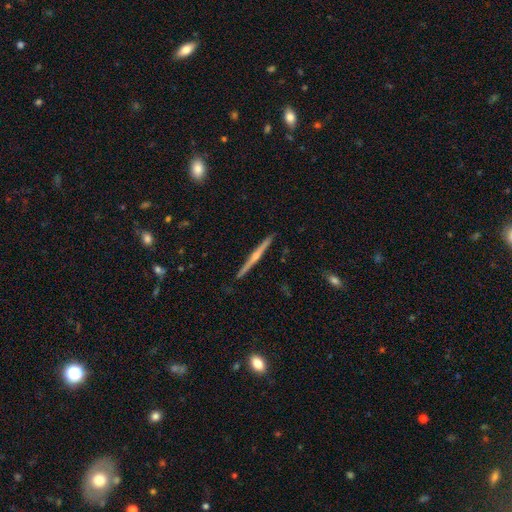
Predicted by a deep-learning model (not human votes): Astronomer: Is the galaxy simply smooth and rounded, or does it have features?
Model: featured or disk — 80%.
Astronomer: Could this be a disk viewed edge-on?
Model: yes — 99%.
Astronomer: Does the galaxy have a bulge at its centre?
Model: rounded — 86%.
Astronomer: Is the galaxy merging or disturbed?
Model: none — 92%.